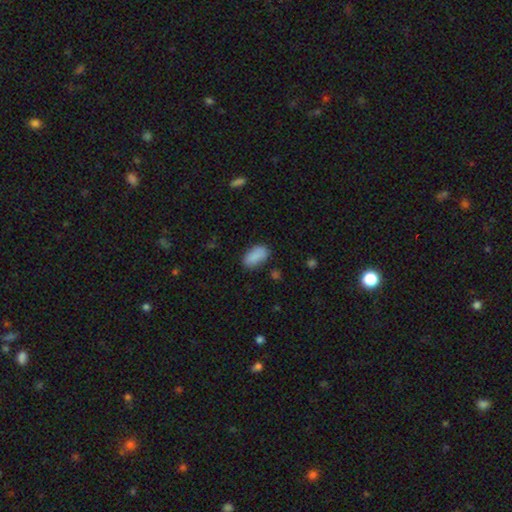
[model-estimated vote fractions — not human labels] smooth_or_featured: smooth (p=0.88) [alt: star or artifact p=0.07]
how_rounded: in between (p=0.93) [alt: round p=0.04]
merging: none (p=0.78) [alt: minor disturbance p=0.16]